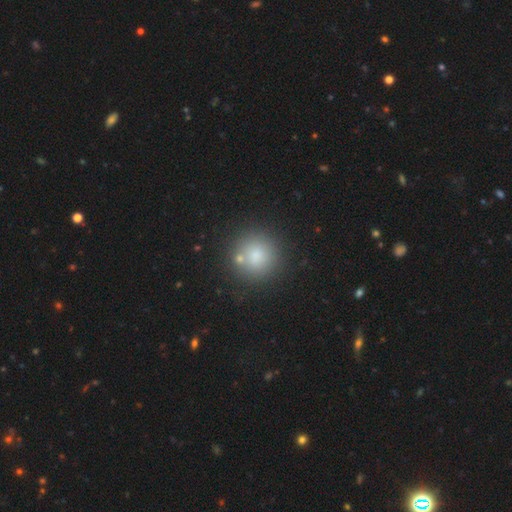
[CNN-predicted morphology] Overall: smooth (80%). How rounded: round (93%). Merging: none (75%).